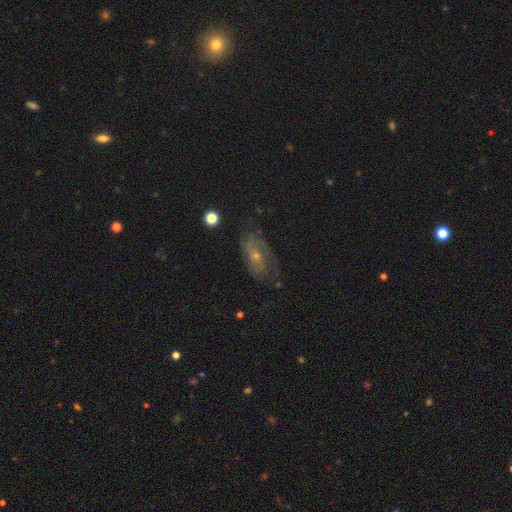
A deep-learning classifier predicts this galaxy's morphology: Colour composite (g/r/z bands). It shows a featured or disk galaxy (61%) with no bar (69%), spiral arms (77%) and a small central bulge (65%). Merging: none (63%).